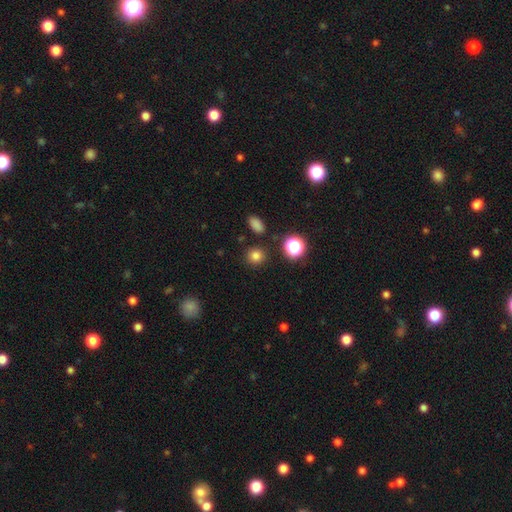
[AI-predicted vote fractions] Morphology: type=smooth (79%); roundness=round (87%); merging=none (87%).